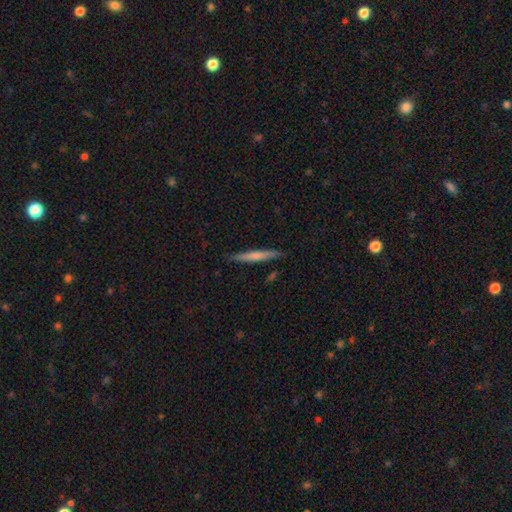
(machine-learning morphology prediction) smooth_or_featured: smooth (p=0.59) [alt: featured or disk p=0.35]
how_rounded: cigar-shaped (p=0.96) [alt: in between p=0.03]
merging: none (p=0.89) [alt: minor disturbance p=0.08]